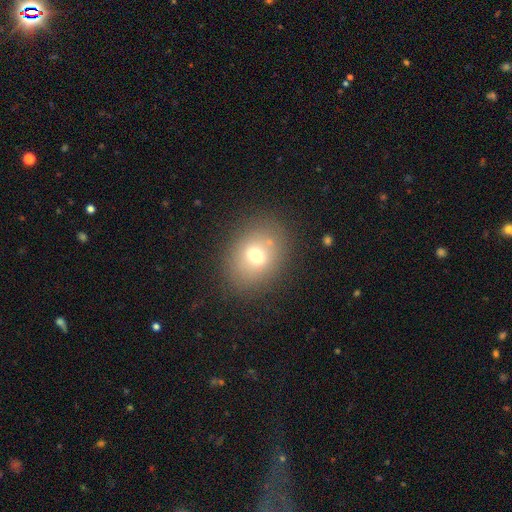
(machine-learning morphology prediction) smooth_or_featured: smooth (p=0.67) [alt: featured or disk p=0.19]
how_rounded: in between (p=0.54) [alt: round p=0.45]
merging: none (p=0.80) [alt: minor disturbance p=0.12]